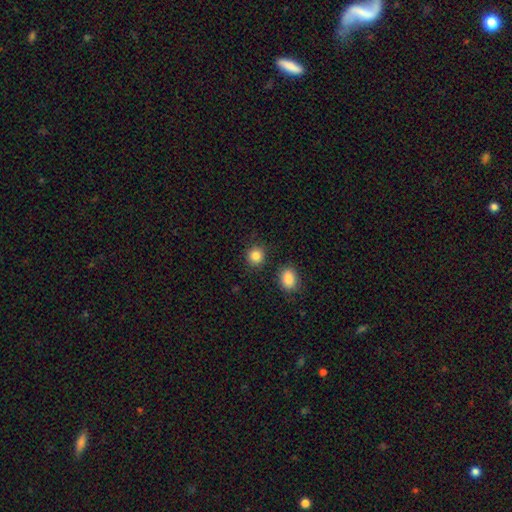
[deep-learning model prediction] This is clearly a smooth galaxy (86%). How rounded: clearly round (88%). Merging: clearly none (86%).